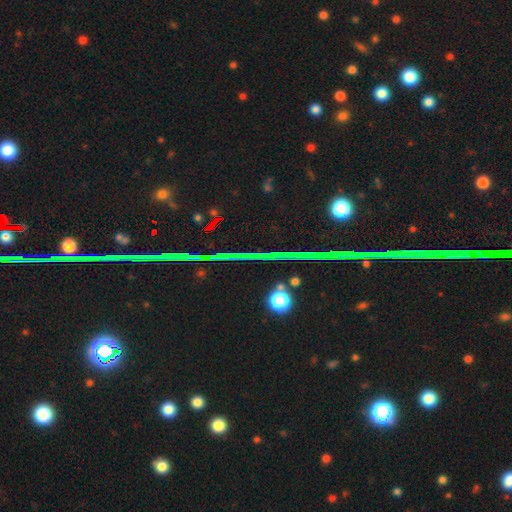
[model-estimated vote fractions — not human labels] Smooth or featured?
  - star or artifact: 82% *
  - smooth: 9%
  - featured or disk: 9%